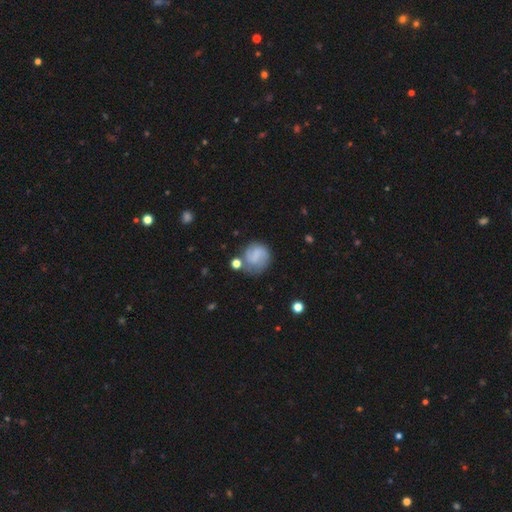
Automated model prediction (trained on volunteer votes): This is possibly a smooth galaxy (47%). Merging: likely none (60%).